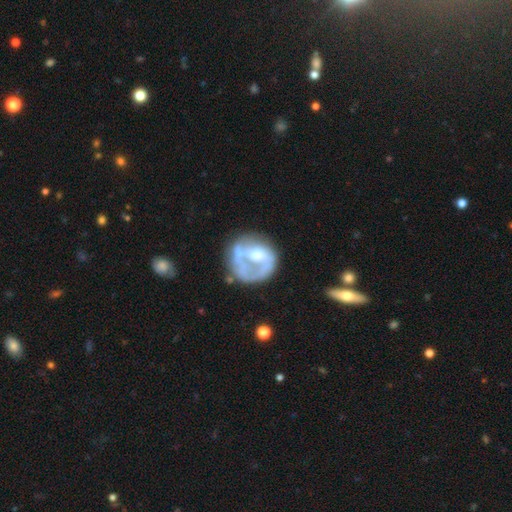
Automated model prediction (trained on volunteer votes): A featured or disk galaxy (62%) with no bar (71%), no spiral arms (60%) and a moderate central bulge (45%).

Vote fractions:
- Smooth or featured? featured or disk: 62% / smooth: 30% / star or artifact: 7%
- Edge-on disk? no: 98% / yes: 2%
- Bar? no: 71% / weak: 22% / strong: 7%
- Spiral arms? no: 60% / yes: 40%
- Bulge size? moderate: 45% / none: 22% / large: 18% / small: 14% / dominant: 2%
- Merging? none: 46% / major disturbance: 29% / minor disturbance: 19% / merger: 6%